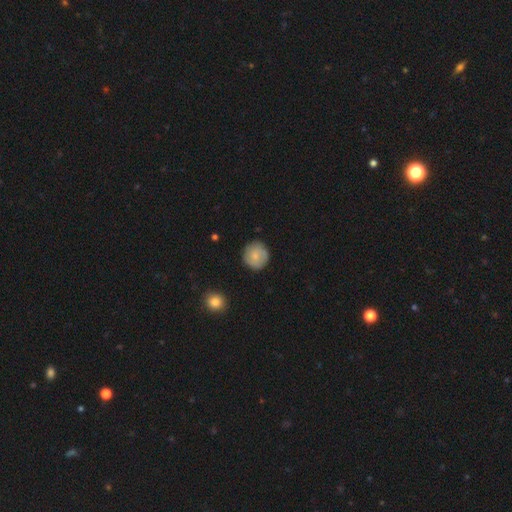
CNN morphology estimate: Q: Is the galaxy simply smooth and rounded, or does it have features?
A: smooth — 77%.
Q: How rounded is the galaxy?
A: round — 92%.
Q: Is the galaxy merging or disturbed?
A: none — 86%.